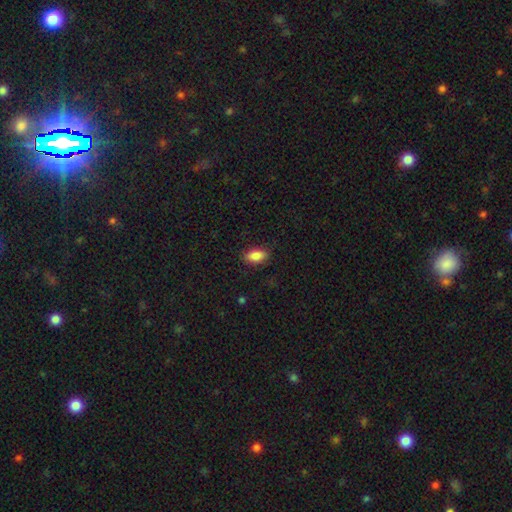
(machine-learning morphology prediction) This is clearly a smooth galaxy (86%). How rounded: clearly in between (90%). Merging: clearly none (85%).